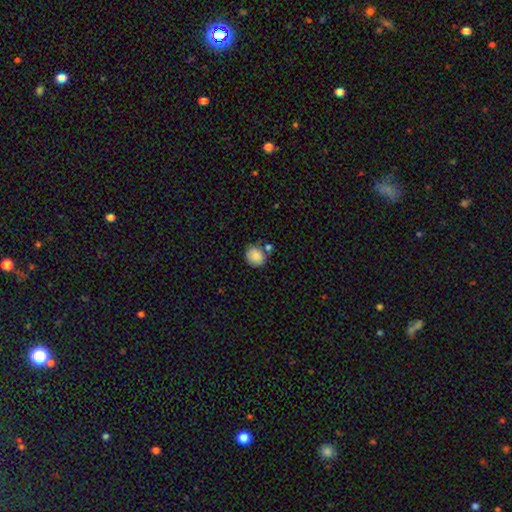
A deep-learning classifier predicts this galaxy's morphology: The model was most divided on "how rounded": round: 72%, in between: 27%, cigar-shaped: 1%. More confident: smooth or featured — smooth (86%); merging — none (67%).